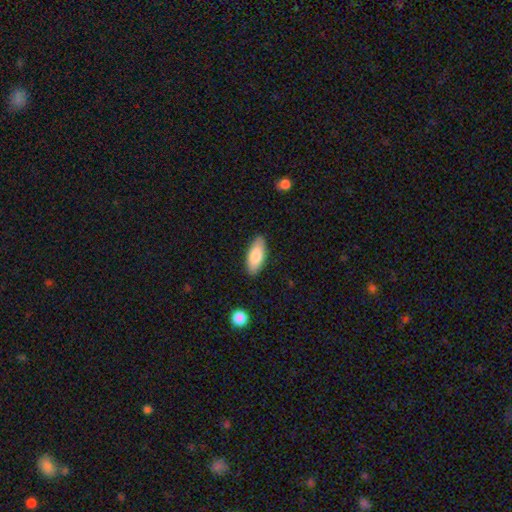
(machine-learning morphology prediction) A smooth galaxy with no disk features (83%) that is in between round and cigar-shaped (81%). Merging: none (86%).